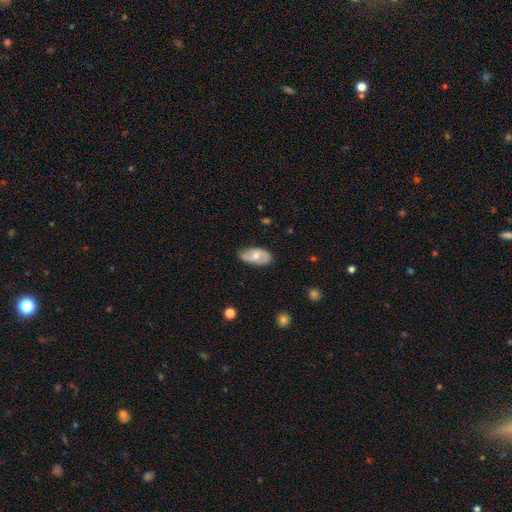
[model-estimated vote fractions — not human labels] This is possibly a featured or disk galaxy (52%). It is clearly not viewed edge-on (93%). Merging: likely none (70%).